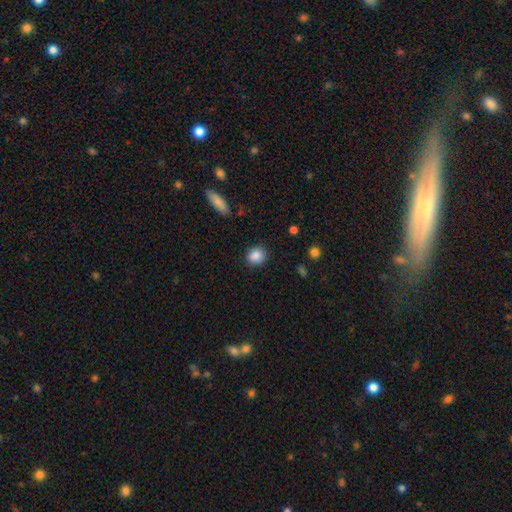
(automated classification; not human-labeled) A smooth galaxy with no disk features (87%) that is round (74%). Merging: none (85%).